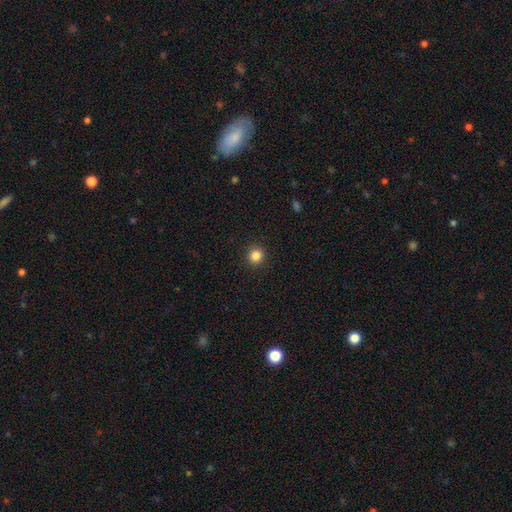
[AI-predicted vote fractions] Smooth or featured? smooth (85%)
How rounded? round (92%)
Merging? none (92%)